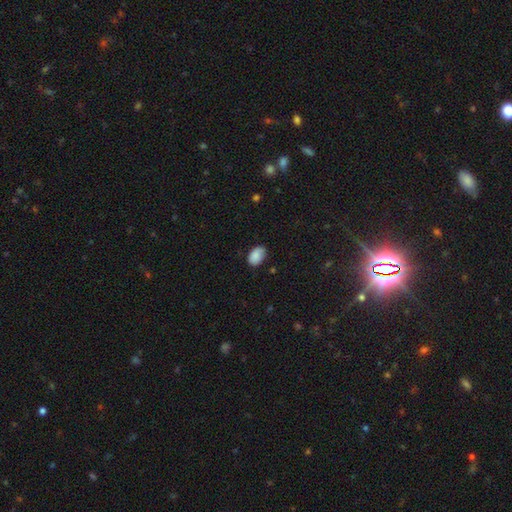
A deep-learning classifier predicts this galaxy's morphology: The model was most divided on "merging": none: 74%, minor disturbance: 21%, major disturbance: 4%, merger: 1%. More confident: how rounded — in between (87%); smooth or featured — smooth (87%).